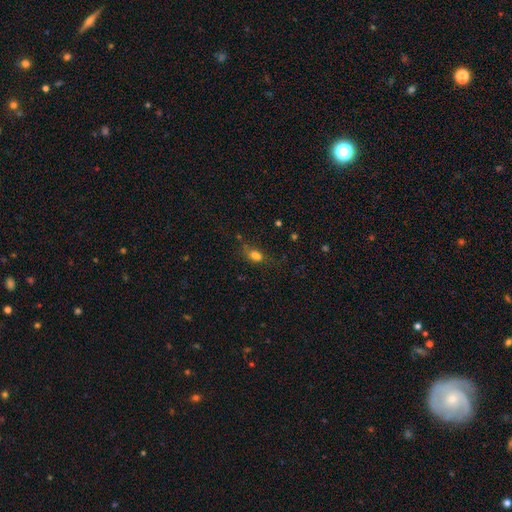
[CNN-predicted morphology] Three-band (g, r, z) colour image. It shows a smooth galaxy with no disk features (72%) that is in between round and cigar-shaped (76%). Merging: none (51%).